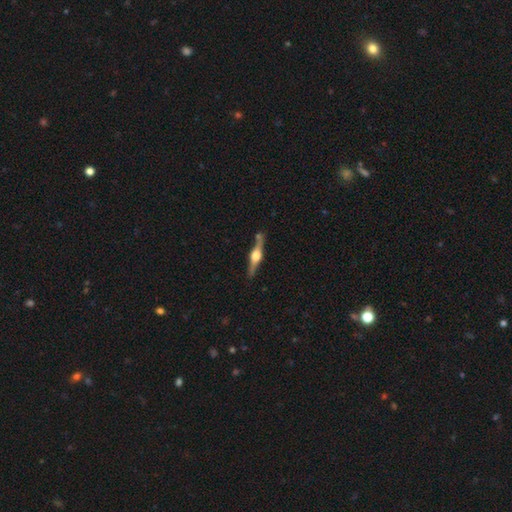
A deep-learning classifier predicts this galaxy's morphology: smooth_or_featured: featured or disk (p=0.81) [alt: smooth p=0.14]
disk_edge_on: yes (p=0.98) [alt: no p=0.02]
edge_on_bulge: rounded (p=0.95) [alt: boxy p=0.04]
merging: none (p=0.84) [alt: minor disturbance p=0.10]